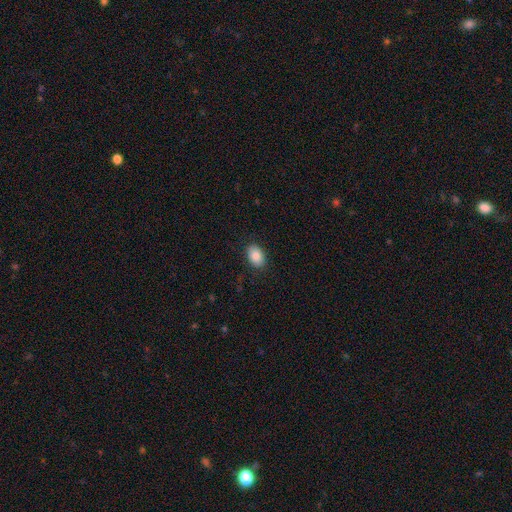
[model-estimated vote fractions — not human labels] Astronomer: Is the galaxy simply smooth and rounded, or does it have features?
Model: smooth — 86%.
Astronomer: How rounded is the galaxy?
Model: in between — 87%.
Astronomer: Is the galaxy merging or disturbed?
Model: none — 87%.